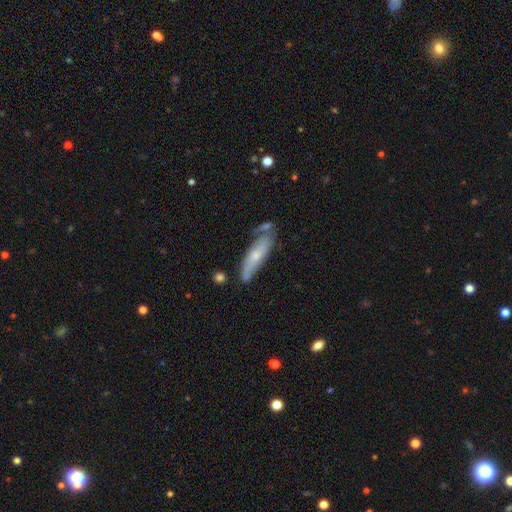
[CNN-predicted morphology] Overall: featured or disk (48%; smooth 45%). Merging: none (57%; minor disturbance 25%).